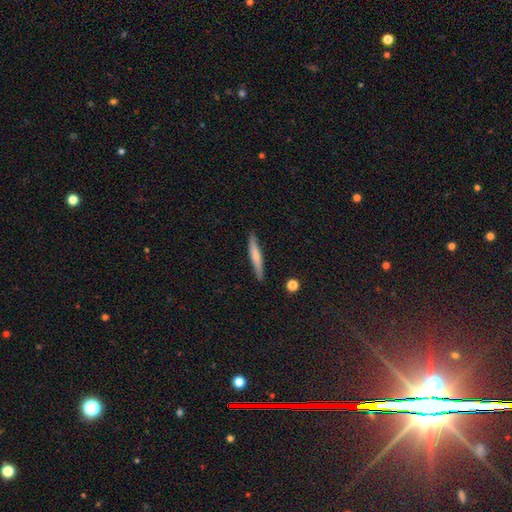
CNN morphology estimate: smooth_or_featured: smooth (p=0.64) [alt: featured or disk p=0.30]
how_rounded: cigar-shaped (p=0.94) [alt: in between p=0.05]
merging: none (p=0.87) [alt: minor disturbance p=0.09]